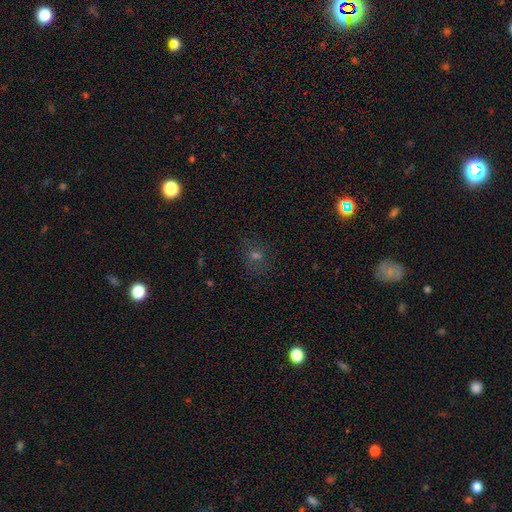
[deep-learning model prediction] A smooth galaxy with no disk features (48%). Merging: none (78%).